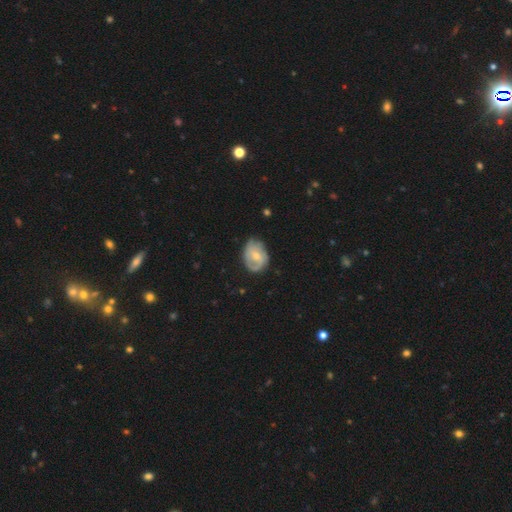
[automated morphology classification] Q: Smooth or featured?
A: featured or disk (58%); runner-up: smooth (36%)
Q: Edge-on disk?
A: no (96%); runner-up: yes (4%)
Q: Bar?
A: no (56%); runner-up: weak (37%)
Q: Spiral arms?
A: yes (76%); runner-up: no (24%)
Q: Bulge size?
A: small (56%); runner-up: moderate (40%)
Q: Merging?
A: none (60%); runner-up: minor disturbance (29%)